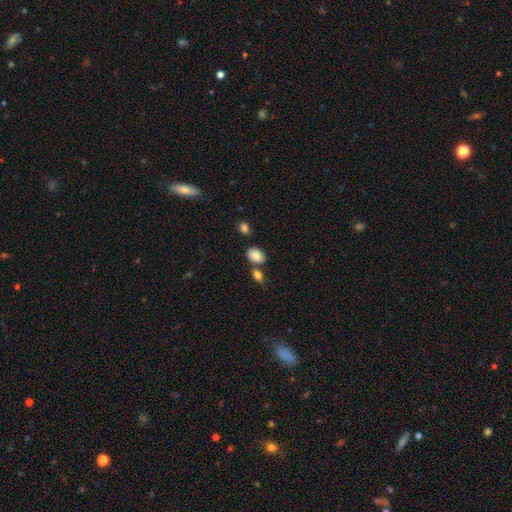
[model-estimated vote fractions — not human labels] A smooth galaxy with no disk features (87%) that is in between round and cigar-shaped (82%). Merging: none (65%).